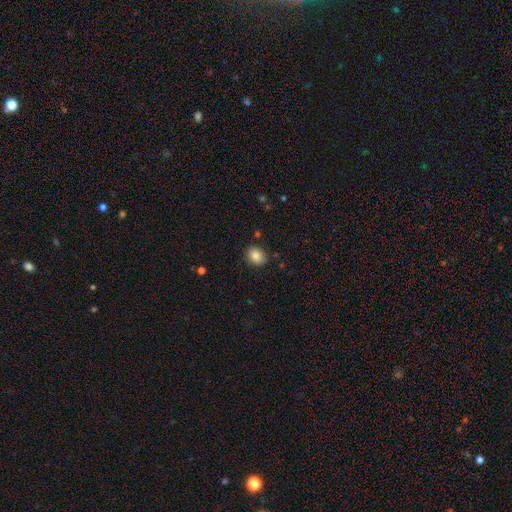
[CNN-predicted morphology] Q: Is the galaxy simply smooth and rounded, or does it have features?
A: smooth — 83%.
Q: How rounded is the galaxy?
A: round — 57%.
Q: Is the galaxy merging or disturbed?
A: none — 86%.